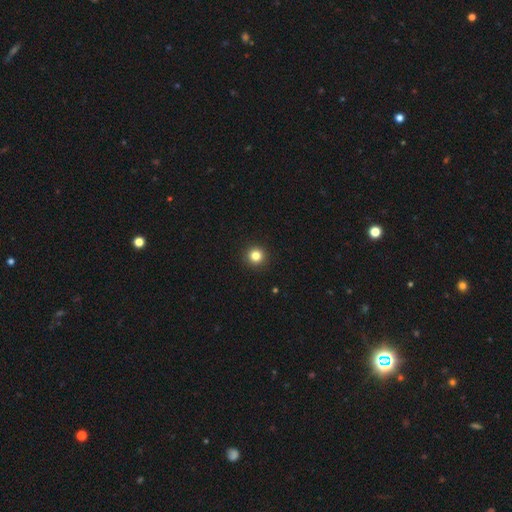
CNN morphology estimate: This appears to be a smooth galaxy with no disk features (82%) that is round (95%). Merging: none (94%).